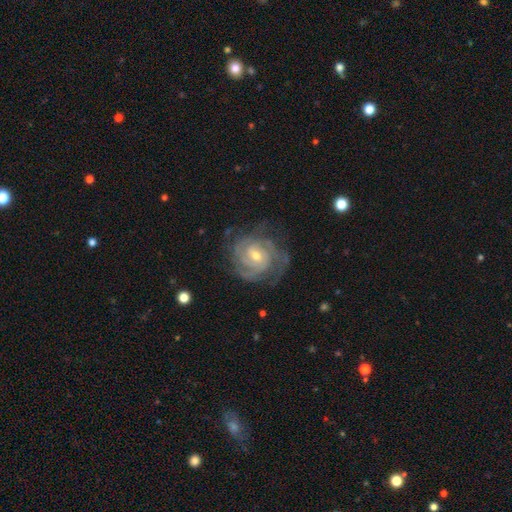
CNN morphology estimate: Overall: featured or disk (90%). Edge-on disk: no (98%). Bar: no (48%; weak 42%). Spiral arms: yes (97%). Spiral arm count: 3 (29%; can't tell 23%). Spiral winding: tight (74%). Bulge size: moderate (49%; small 48%). Merging: none (72%).